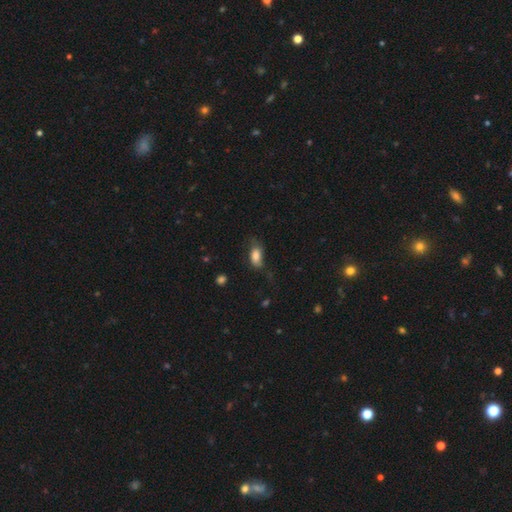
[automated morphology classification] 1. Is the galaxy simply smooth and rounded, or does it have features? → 80% smooth, 12% featured or disk, 8% star or artifact.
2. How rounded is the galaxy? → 88% in between, 6% cigar-shaped, 6% round.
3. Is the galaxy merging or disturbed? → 54% none, 29% minor disturbance, 15% major disturbance, 2% merger.